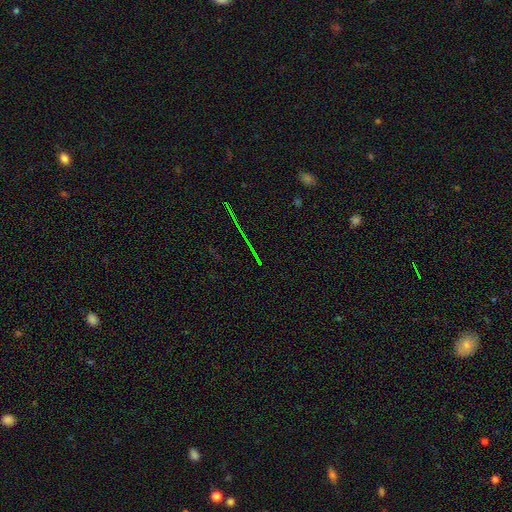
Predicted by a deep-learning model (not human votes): Smooth or featured? star or artifact (77%)